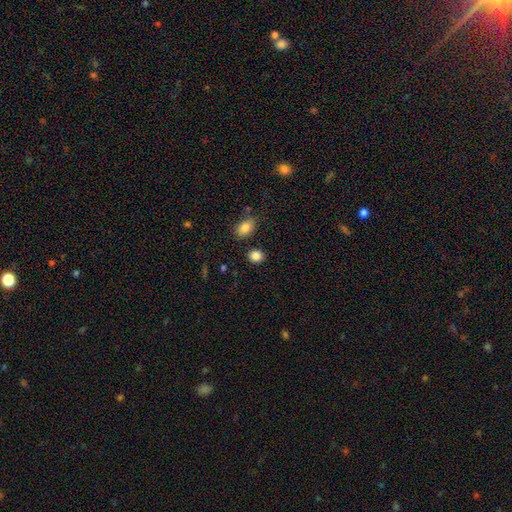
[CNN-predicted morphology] The model was most divided on "how rounded": round: 65%, in between: 34%, cigar-shaped: 1%. More confident: smooth or featured — smooth (86%); merging — none (83%).